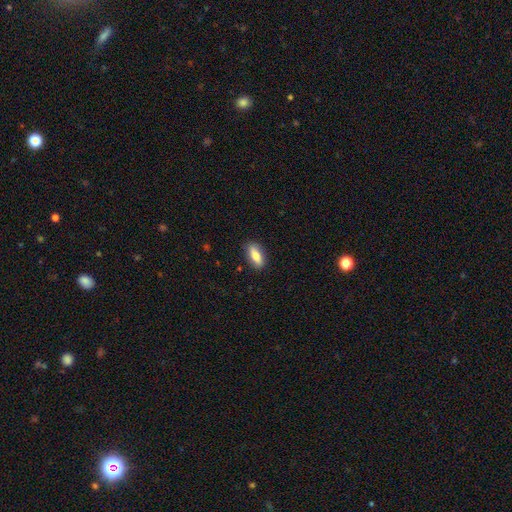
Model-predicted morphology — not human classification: The model was most divided on "how rounded": in between: 73%, cigar-shaped: 24%, round: 3%. More confident: merging — none (86%); smooth or featured — smooth (73%).